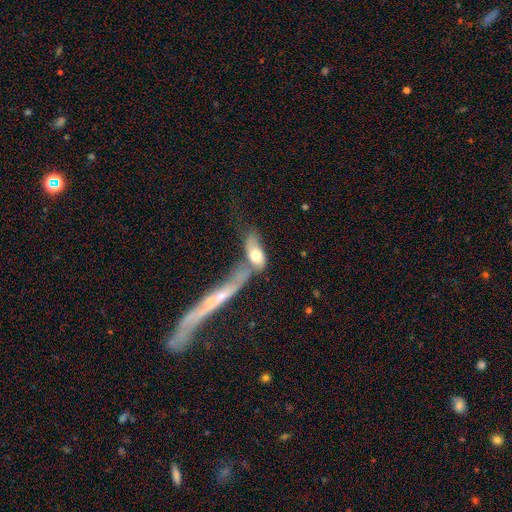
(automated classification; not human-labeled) smooth_or_featured: smooth (p=0.59) [alt: featured or disk p=0.35]
how_rounded: in between (p=0.67) [alt: cigar-shaped p=0.26]
merging: merger (p=0.52) [alt: none p=0.25]